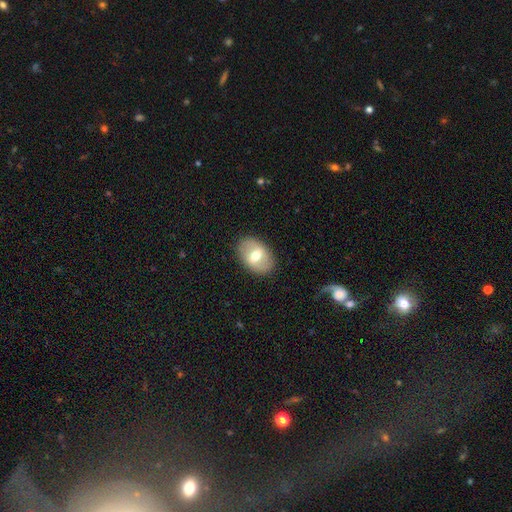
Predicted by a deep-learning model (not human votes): A smooth galaxy with no disk features (53%) that is in between round and cigar-shaped (81%).

Vote fractions:
- Smooth or featured? smooth: 53% / featured or disk: 41% / star or artifact: 7%
- How rounded? in between: 81% / round: 18% / cigar-shaped: 1%
- Merging? none: 87% / minor disturbance: 9% / major disturbance: 3% / merger: 1%